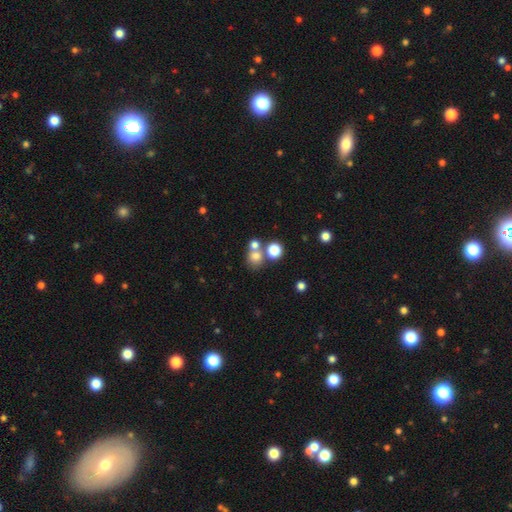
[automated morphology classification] A smooth galaxy with no disk features (71%) that is round (80%). Merging: none (49%).